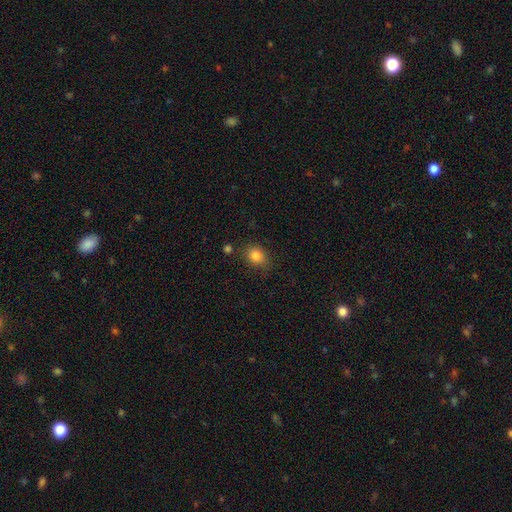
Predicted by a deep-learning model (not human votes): This is clearly a smooth galaxy (84%). How rounded: possibly round (53%). Merging: likely none (78%).